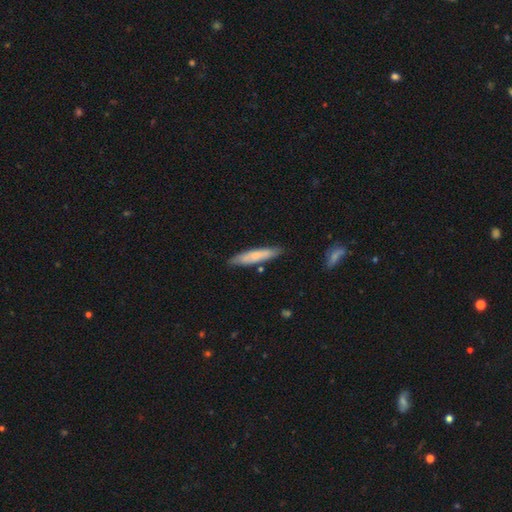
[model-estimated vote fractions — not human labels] Smooth or featured? smooth (64%)
How rounded? cigar-shaped (83%)
Merging? none (82%)